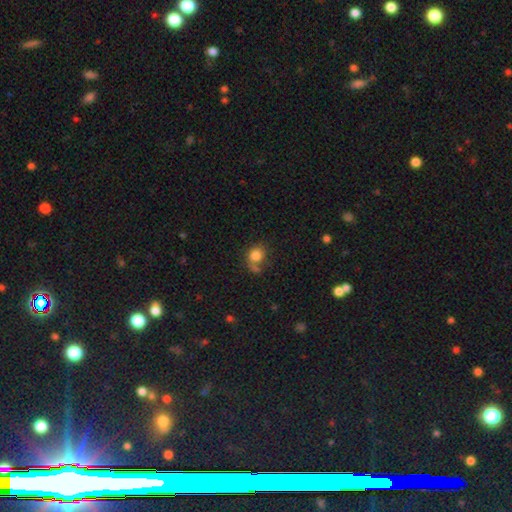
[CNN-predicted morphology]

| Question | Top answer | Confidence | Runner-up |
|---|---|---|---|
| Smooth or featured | smooth | 82% | star or artifact (10%) |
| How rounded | round | 70% | in between (29%) |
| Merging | none | 53% | merger (21%) |